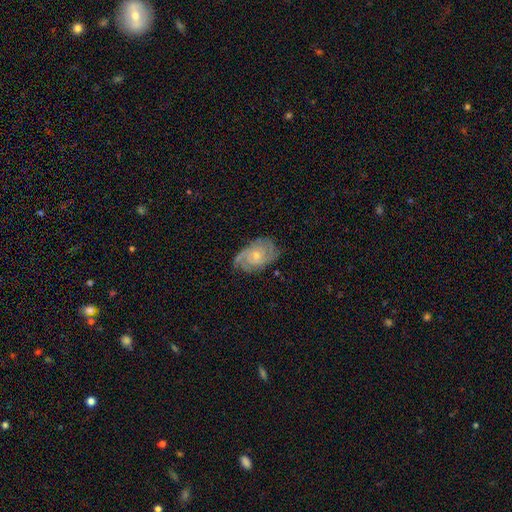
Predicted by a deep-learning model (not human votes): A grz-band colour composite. It shows a featured or disk galaxy (83%) with no bar (70%), 2 (36%) tight (55%) spiral arms (95%) and a small central bulge (59%). Merging: none (74%).